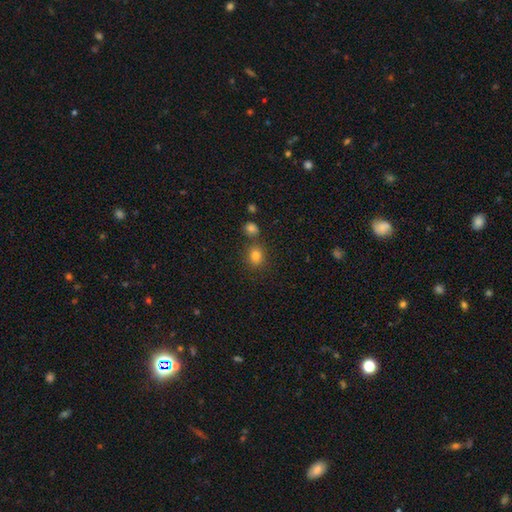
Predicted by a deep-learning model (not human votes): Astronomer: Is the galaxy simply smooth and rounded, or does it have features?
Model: smooth — 79%.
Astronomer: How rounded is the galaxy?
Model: round — 75%.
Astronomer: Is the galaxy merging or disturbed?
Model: none — 74%.